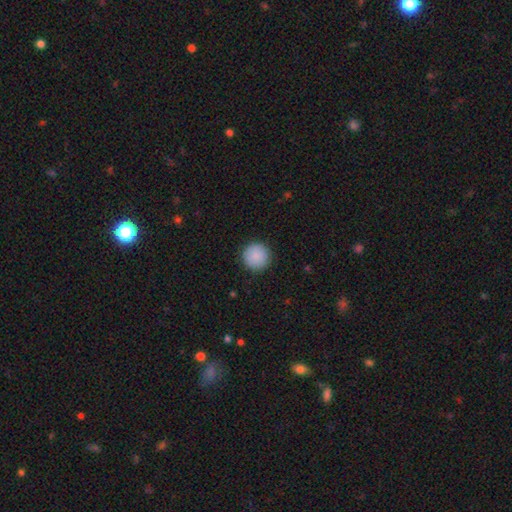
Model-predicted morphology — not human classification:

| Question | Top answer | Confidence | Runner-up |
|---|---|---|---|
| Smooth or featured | smooth | 89% | star or artifact (7%) |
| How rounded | round | 96% | in between (3%) |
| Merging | none | 92% | minor disturbance (6%) |